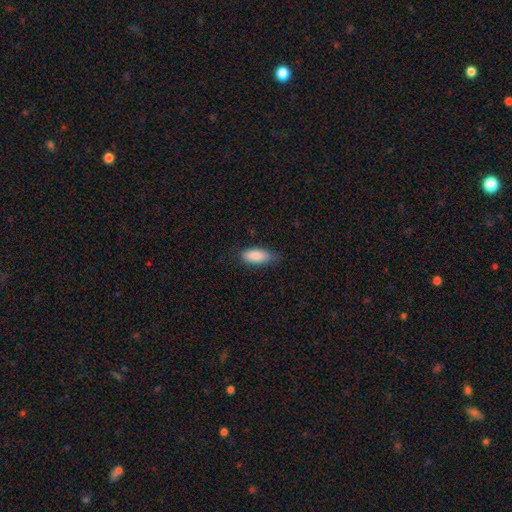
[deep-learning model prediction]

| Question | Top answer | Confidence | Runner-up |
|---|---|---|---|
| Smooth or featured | smooth | 87% | featured or disk (7%) |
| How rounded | in between | 84% | cigar-shaped (14%) |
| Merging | none | 74% | minor disturbance (22%) |